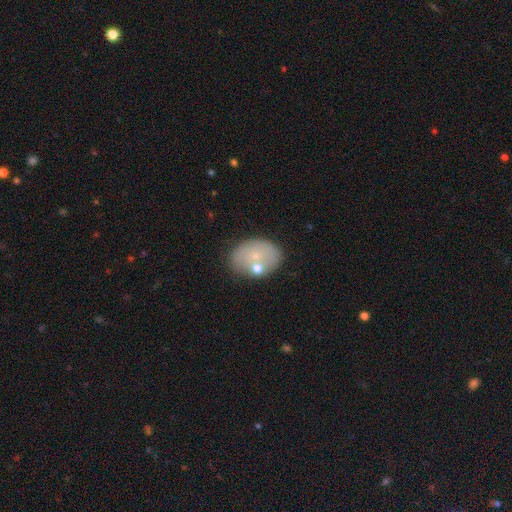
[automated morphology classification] Q: Smooth or featured?
A: smooth (64%); runner-up: featured or disk (27%)
Q: How rounded?
A: in between (76%); runner-up: round (22%)
Q: Merging?
A: none (65%); runner-up: minor disturbance (17%)